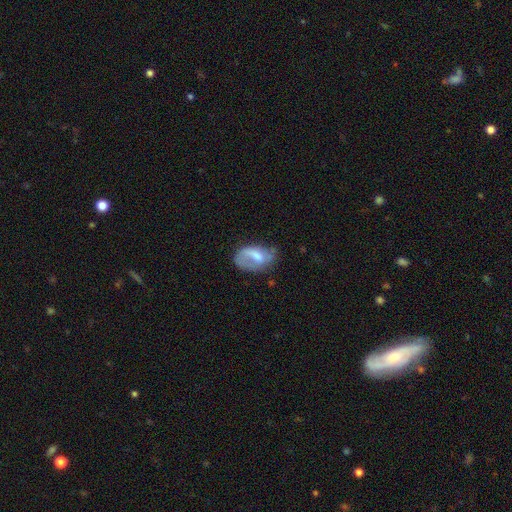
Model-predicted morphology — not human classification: This appears to be a smooth galaxy with no disk features (51%) that is in between round and cigar-shaped (87%). Merging: none (38%).